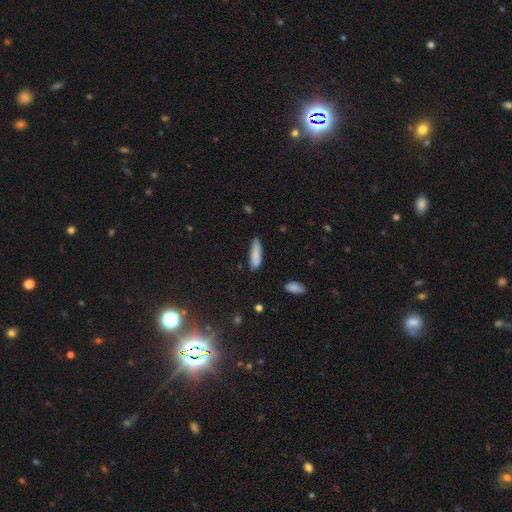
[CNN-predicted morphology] Q: Smooth or featured?
A: smooth (85%); runner-up: featured or disk (8%)
Q: How rounded?
A: cigar-shaped (64%); runner-up: in between (34%)
Q: Merging?
A: none (75%); runner-up: minor disturbance (19%)